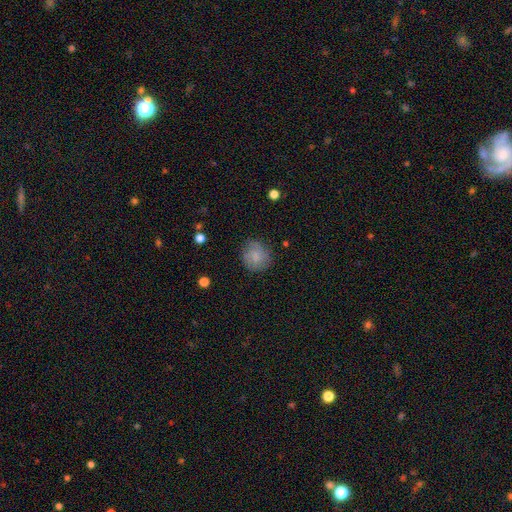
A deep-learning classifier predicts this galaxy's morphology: A smooth galaxy with no disk features (65%) that is round (85%).

Vote fractions:
- Smooth or featured? smooth: 65% / featured or disk: 27% / star or artifact: 8%
- How rounded? round: 85% / in between: 14% / cigar-shaped: 1%
- Merging? none: 75% / minor disturbance: 18% / major disturbance: 6% / merger: 1%